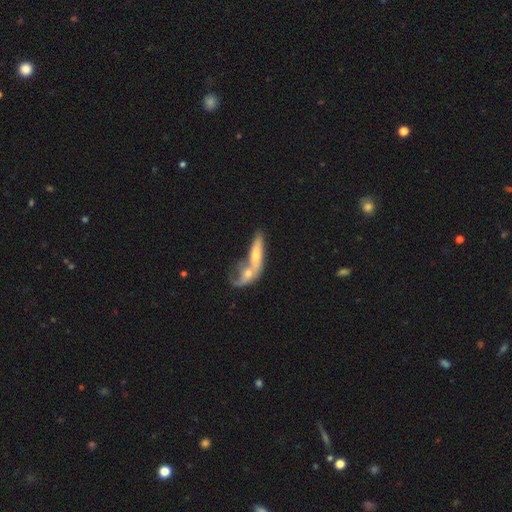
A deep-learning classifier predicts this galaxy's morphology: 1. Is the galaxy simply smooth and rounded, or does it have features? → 47% featured or disk, 46% smooth, 7% star or artifact.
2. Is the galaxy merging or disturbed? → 61% merger, 24% none, 8% minor disturbance, 7% major disturbance.